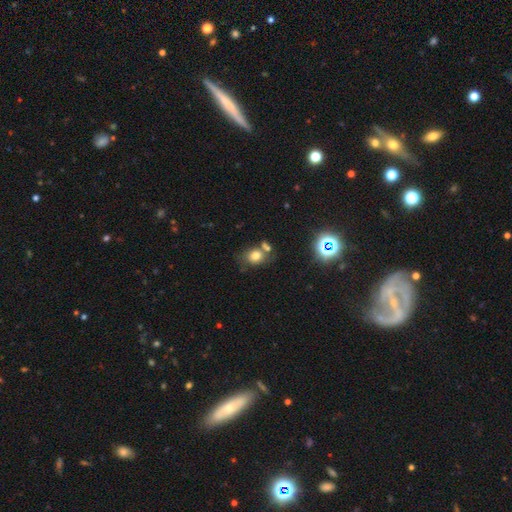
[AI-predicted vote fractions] Morphology: type=smooth (73%); roundness=round (53%); merging=none (52%).